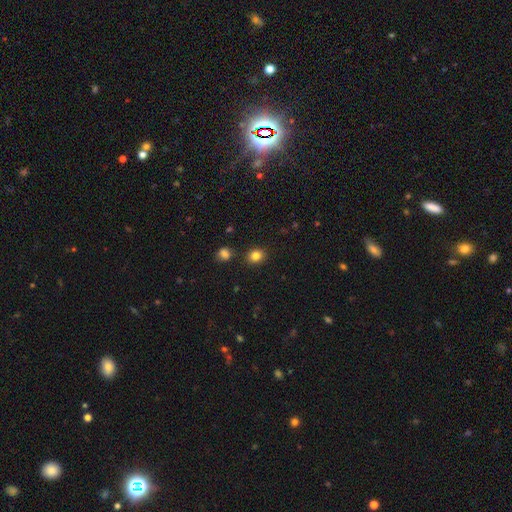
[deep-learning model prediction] Q: Smooth or featured?
A: smooth (83%); runner-up: star or artifact (12%)
Q: How rounded?
A: round (70%); runner-up: in between (29%)
Q: Merging?
A: none (86%); runner-up: minor disturbance (8%)